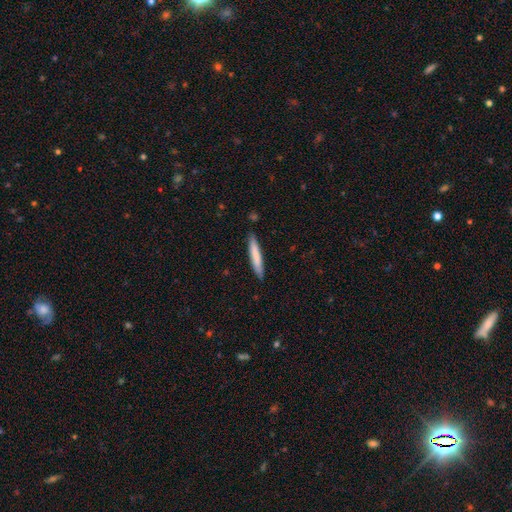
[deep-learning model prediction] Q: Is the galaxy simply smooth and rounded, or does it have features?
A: smooth — 78%.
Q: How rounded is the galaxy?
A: cigar-shaped — 93%.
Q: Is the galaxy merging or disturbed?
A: none — 87%.